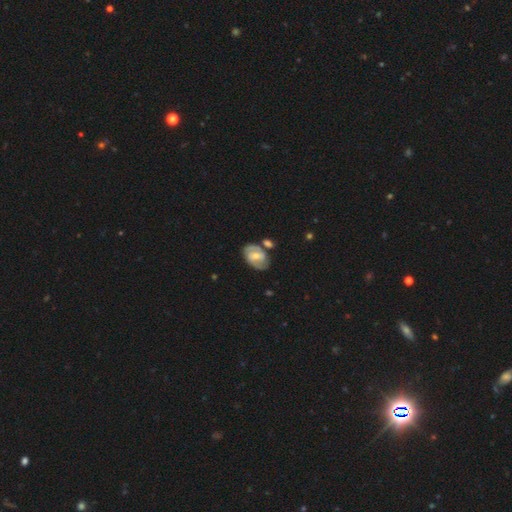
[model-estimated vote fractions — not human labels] A featured or disk galaxy (71%) with a weak bar (48%), 2 (79%) medium (45%) spiral arms (85%) and a moderate central bulge (48%).

Vote fractions:
- Smooth or featured? featured or disk: 71% / smooth: 23% / star or artifact: 6%
- Edge-on disk? no: 96% / yes: 4%
- Bar? weak: 48% / no: 27% / strong: 25%
- Spiral arms? yes: 85% / no: 15%
- Spiral winding? medium: 45% / tight: 40% / loose: 15%
- Spiral arm count? 2: 79% / can't tell: 12% / 3: 3% / 1: 3% / 4: 1% / more than 4: 1%
- Bulge size? moderate: 48% / small: 45% / large: 3% / none: 3% / dominant: 1%
- Merging? none: 63% / minor disturbance: 17% / merger: 15% / major disturbance: 6%